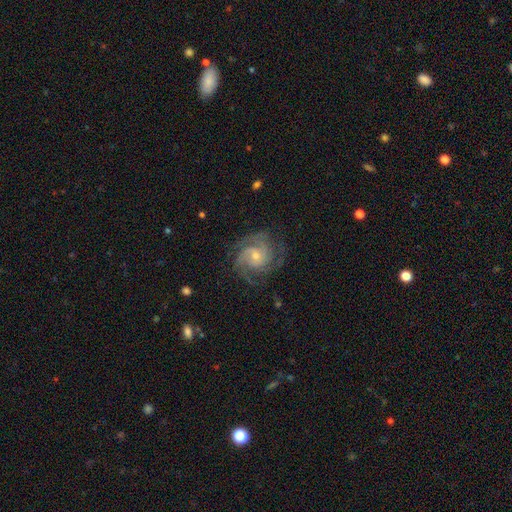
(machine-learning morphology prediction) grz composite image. It shows a featured or disk galaxy (87%) with no bar (67%), 3 (37%) tight (56%) spiral arms (97%) and a small central bulge (62%). Merging: none (75%).